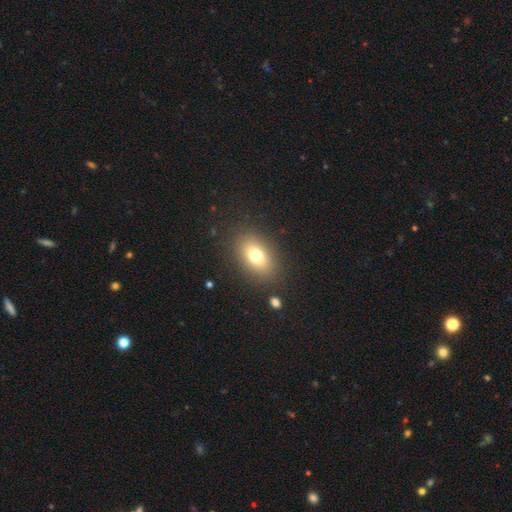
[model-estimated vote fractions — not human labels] Smooth or featured? smooth (73%)
How rounded? in between (81%)
Merging? none (85%)